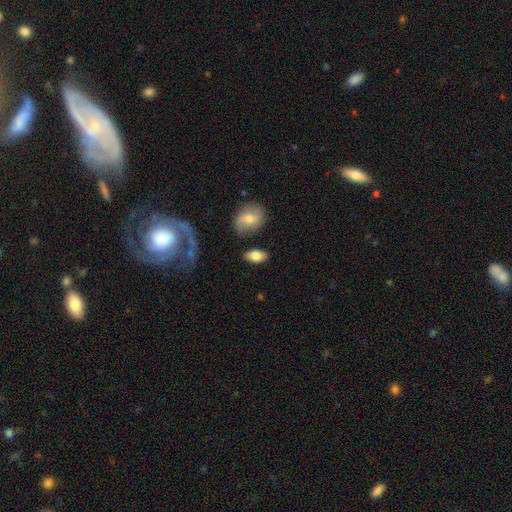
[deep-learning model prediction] The model was most divided on "smooth or featured": smooth: 80%, featured or disk: 13%, star or artifact: 7%. More confident: how rounded — in between (91%); merging — none (80%).